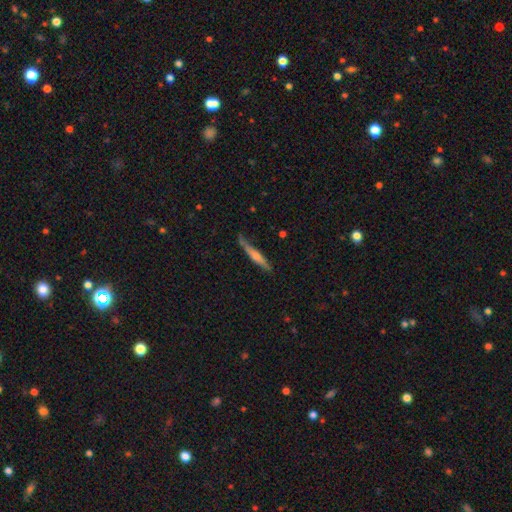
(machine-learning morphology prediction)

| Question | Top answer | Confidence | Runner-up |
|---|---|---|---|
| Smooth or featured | featured or disk | 50% | smooth (44%) |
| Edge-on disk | yes | 93% | no (7%) |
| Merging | none | 71% | minor disturbance (21%) |